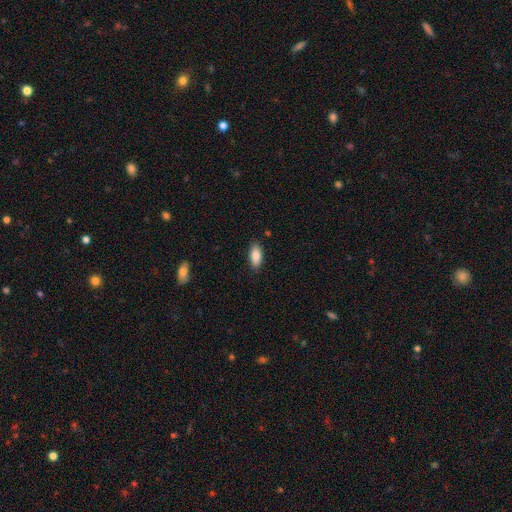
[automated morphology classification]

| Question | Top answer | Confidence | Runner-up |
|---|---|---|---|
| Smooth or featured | smooth | 85% | featured or disk (8%) |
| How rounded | in between | 89% | cigar-shaped (9%) |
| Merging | none | 87% | minor disturbance (10%) |